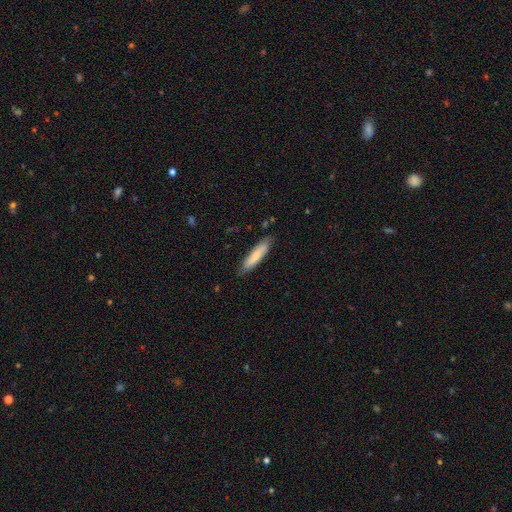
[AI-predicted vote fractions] Smooth or featured: smooth — 76% (featured or disk — 19%)
How rounded: cigar-shaped — 80% (in between — 19%)
Merging: none — 83% (minor disturbance — 13%)